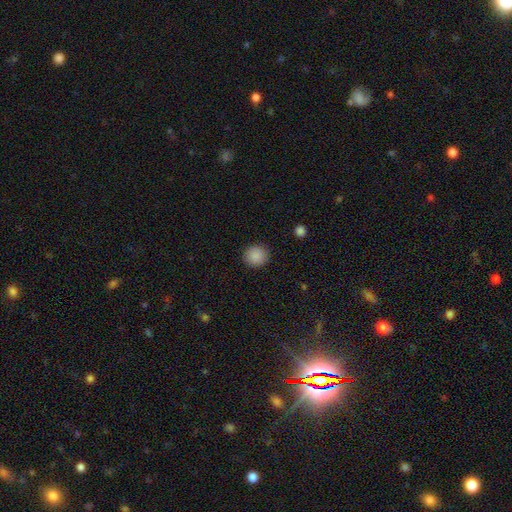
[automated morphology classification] Smooth or featured?
  - smooth: 89% *
  - star or artifact: 9%
  - featured or disk: 3%
How rounded?
  - round: 91% *
  - in between: 8%
  - cigar-shaped: 1%
Merging?
  - none: 91% *
  - minor disturbance: 6%
  - major disturbance: 2%
  - merger: 1%